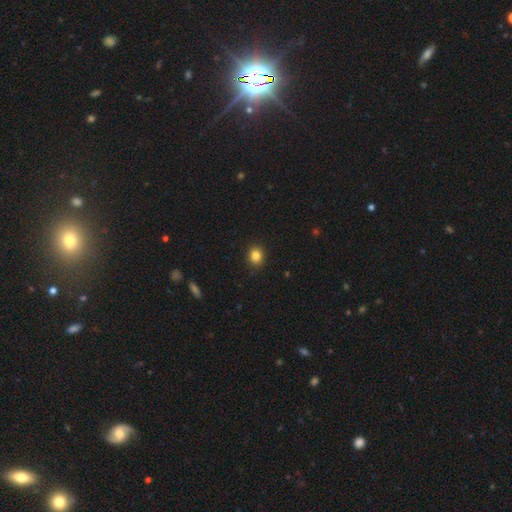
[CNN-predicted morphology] This appears to be a smooth galaxy with no disk features (84%) that is round (70%). Merging: none (91%).